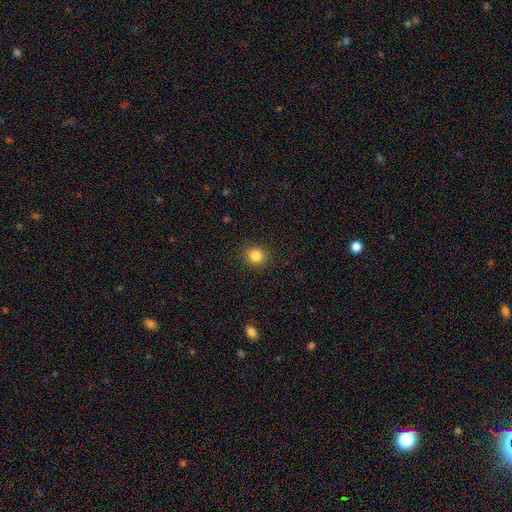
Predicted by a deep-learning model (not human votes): A smooth galaxy with no disk features (84%) that is round (80%).

Vote fractions:
- Smooth or featured? smooth: 84% / star or artifact: 11% / featured or disk: 5%
- How rounded? round: 80% / in between: 19% / cigar-shaped: 1%
- Merging? none: 90% / minor disturbance: 7% / major disturbance: 2% / merger: 1%